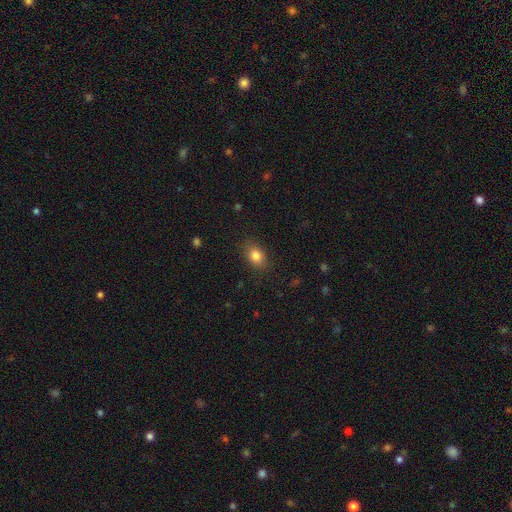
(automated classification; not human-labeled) Smooth or featured: smooth — 83% (star or artifact — 10%)
How rounded: in between — 74% (round — 25%)
Merging: none — 85% (minor disturbance — 11%)